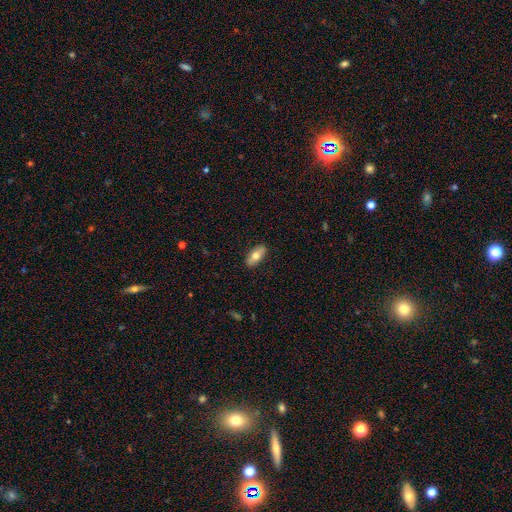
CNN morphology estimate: smooth_or_featured: smooth (p=0.71) [alt: featured or disk p=0.23]
how_rounded: in between (p=0.81) [alt: cigar-shaped p=0.15]
merging: none (p=0.89) [alt: minor disturbance p=0.08]